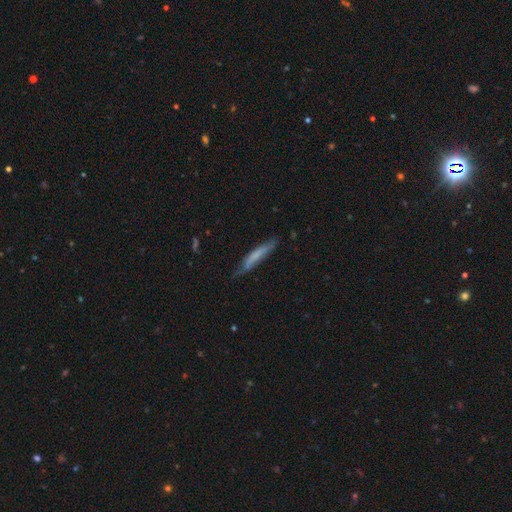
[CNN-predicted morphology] Smooth or featured? Predicted: smooth (p=0.56). How rounded? Predicted: cigar-shaped (p=0.92). Merging? Predicted: none (p=0.65).